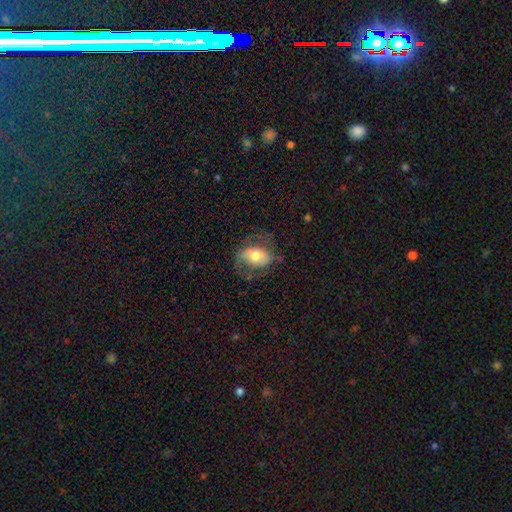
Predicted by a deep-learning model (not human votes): smooth_or_featured: smooth (p=0.52) [alt: featured or disk p=0.41]
how_rounded: in between (p=0.73) [alt: round p=0.25]
merging: none (p=0.55) [alt: minor disturbance p=0.23]